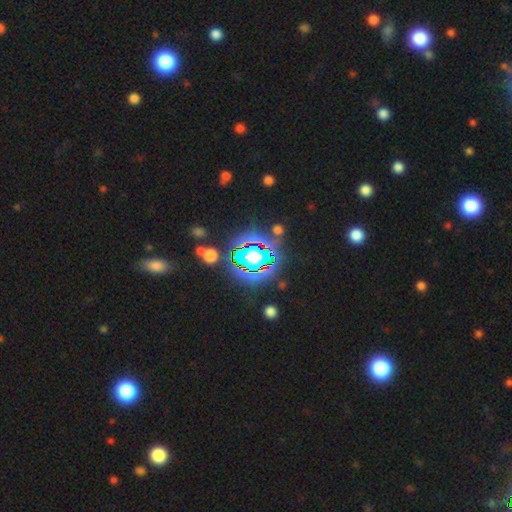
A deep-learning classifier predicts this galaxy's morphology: Smooth or featured? star or artifact (61%)